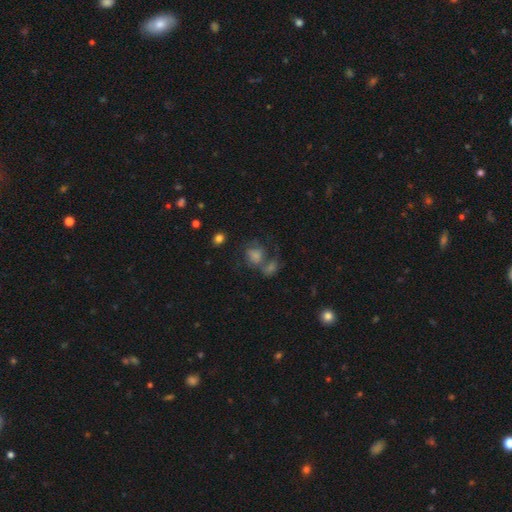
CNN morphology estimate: A smooth galaxy with no disk features (46%). Merging: merger (40%).